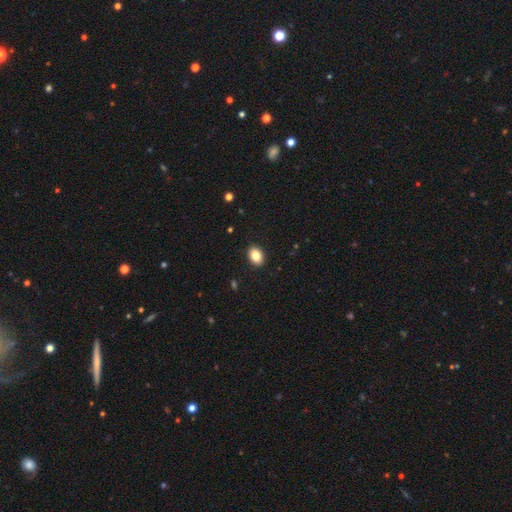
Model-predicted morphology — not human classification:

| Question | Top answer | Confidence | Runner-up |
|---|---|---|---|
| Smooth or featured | smooth | 85% | star or artifact (8%) |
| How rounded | in between | 74% | round (25%) |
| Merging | none | 91% | minor disturbance (7%) |